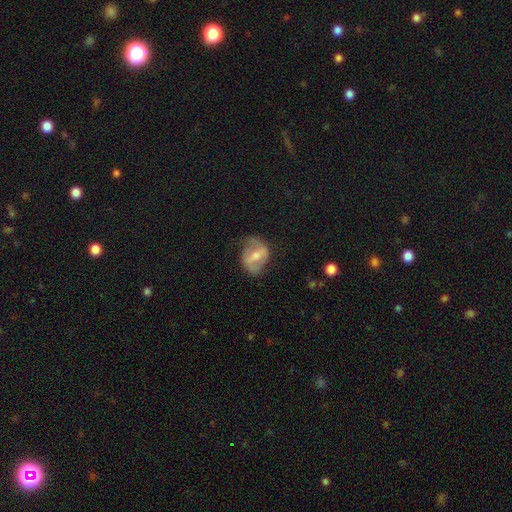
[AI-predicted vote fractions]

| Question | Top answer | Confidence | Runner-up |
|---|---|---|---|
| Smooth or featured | featured or disk | 57% | smooth (37%) |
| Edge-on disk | no | 95% | yes (5%) |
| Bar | weak | 40% | tied: strong (40%) |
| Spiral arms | yes | 57% | no (43%) |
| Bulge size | moderate | 60% | small (30%) |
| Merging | none | 55% | minor disturbance (27%) |